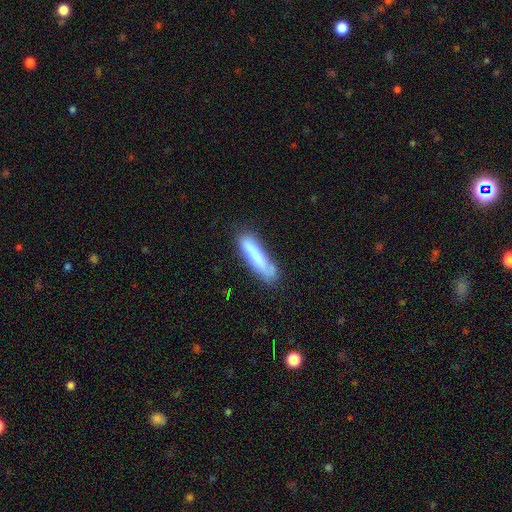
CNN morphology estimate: This appears to be a smooth galaxy with no disk features (74%) that is cigar-shaped (82%). Merging: none (70%).